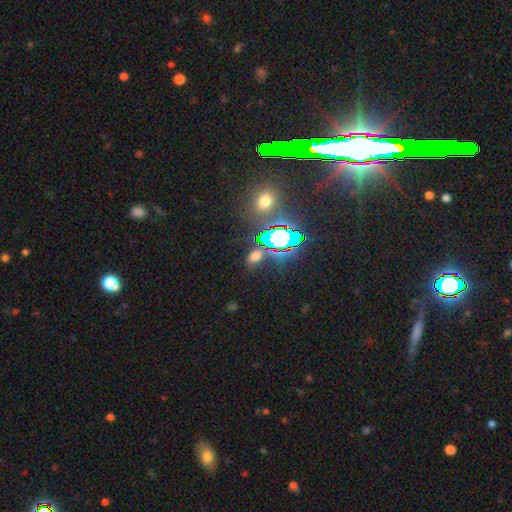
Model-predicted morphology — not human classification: A smooth galaxy with no disk features (49%).

Vote fractions:
- Smooth or featured? smooth: 49% / star or artifact: 42% / featured or disk: 9%
- Merging? none: 76% / minor disturbance: 12% / merger: 6% / major disturbance: 6%